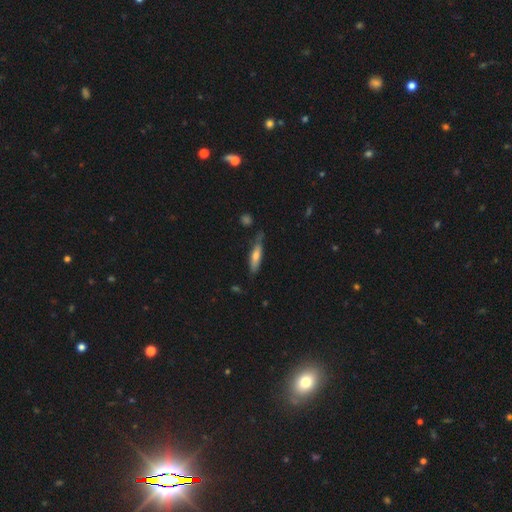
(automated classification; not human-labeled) Q: Smooth or featured?
A: smooth (62%); runner-up: featured or disk (32%)
Q: How rounded?
A: cigar-shaped (76%); runner-up: in between (22%)
Q: Merging?
A: none (65%); runner-up: minor disturbance (26%)